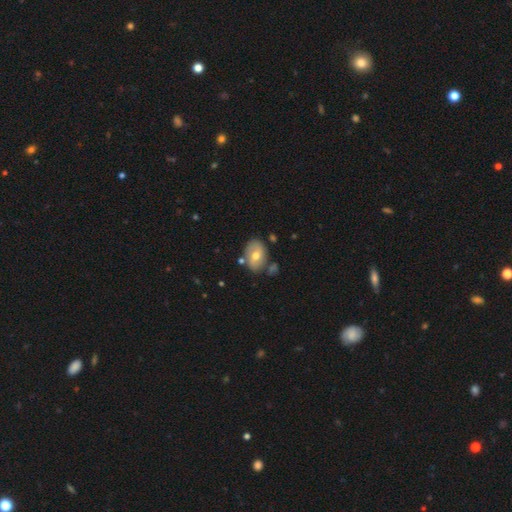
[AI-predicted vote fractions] A smooth galaxy with no disk features (49%).

Vote fractions:
- Smooth or featured? smooth: 49% / featured or disk: 44% / star or artifact: 7%
- Merging? none: 70% / minor disturbance: 17% / merger: 8% / major disturbance: 4%